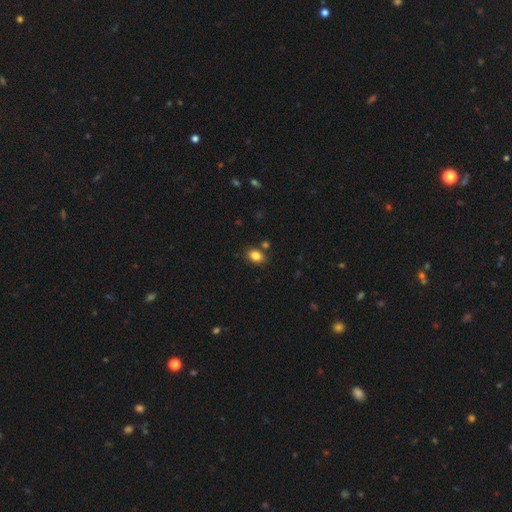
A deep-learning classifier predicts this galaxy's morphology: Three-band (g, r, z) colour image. It shows a smooth galaxy with no disk features (84%) that is in between round and cigar-shaped (71%). Merging: none (80%).